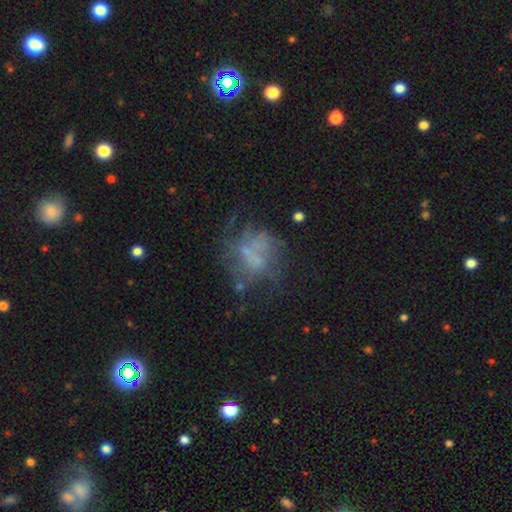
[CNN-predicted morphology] The model was most divided on "merging": none: 47%, major disturbance: 27%, minor disturbance: 19%, merger: 7%. More confident: edge-on disk — no (97%); bar — no (82%); spiral arms — no (77%); bulge size — none (66%); smooth or featured — featured or disk (51%).